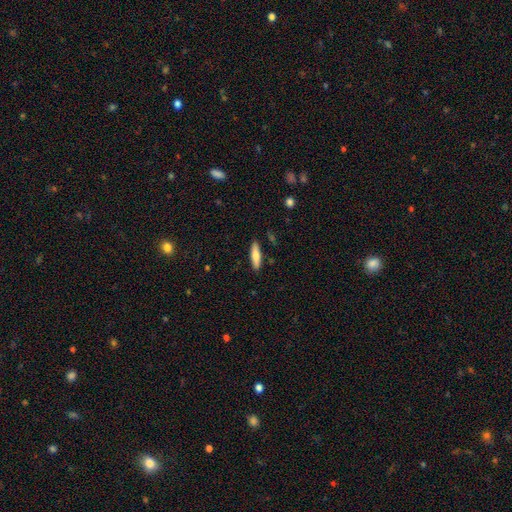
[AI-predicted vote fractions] This appears to be a smooth galaxy with no disk features (70%) that is cigar-shaped (69%). Merging: none (89%).